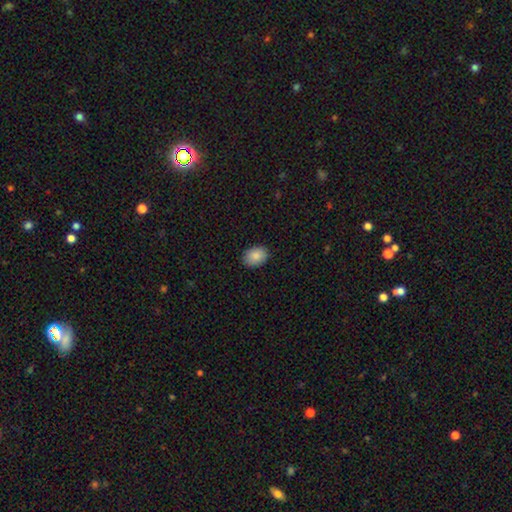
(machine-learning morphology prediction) Smooth or featured? Predicted: smooth (p=0.88). How rounded? Predicted: in between (p=0.74). Merging? Predicted: none (p=0.89).